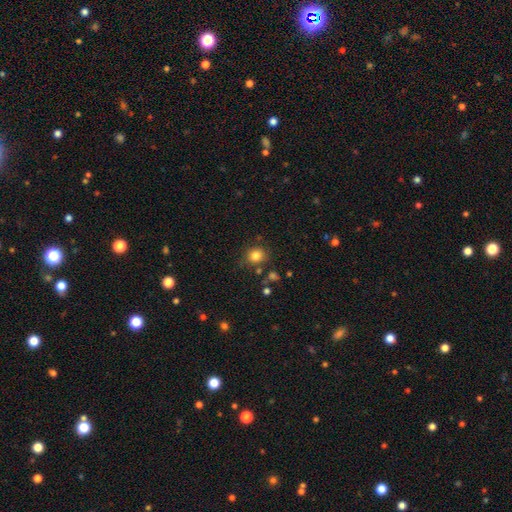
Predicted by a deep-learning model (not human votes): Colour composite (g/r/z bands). It shows a smooth galaxy with no disk features (82%) that is round (77%). Merging: none (79%).